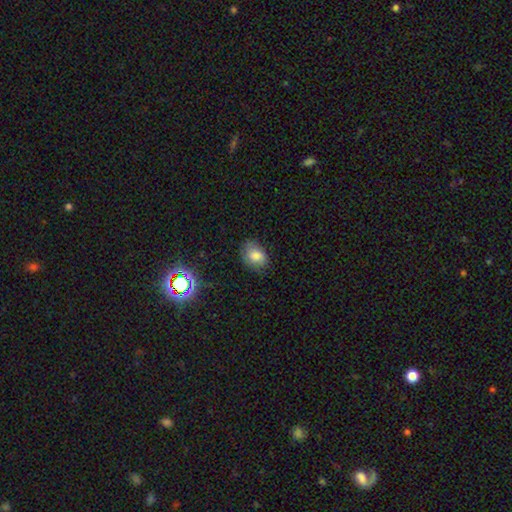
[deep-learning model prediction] Smooth or featured? smooth (77%)
How rounded? in between (75%)
Merging? none (71%)